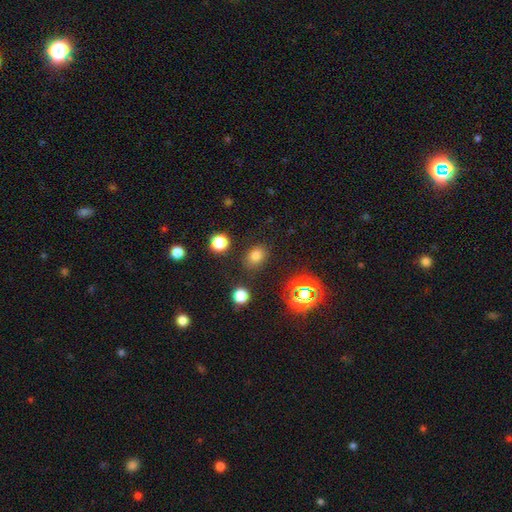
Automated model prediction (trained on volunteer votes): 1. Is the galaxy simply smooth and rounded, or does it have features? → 74% smooth, 19% star or artifact, 7% featured or disk.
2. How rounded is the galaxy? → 60% in between, 39% round, 1% cigar-shaped.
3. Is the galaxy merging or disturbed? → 82% none, 11% minor disturbance, 4% major disturbance, 3% merger.